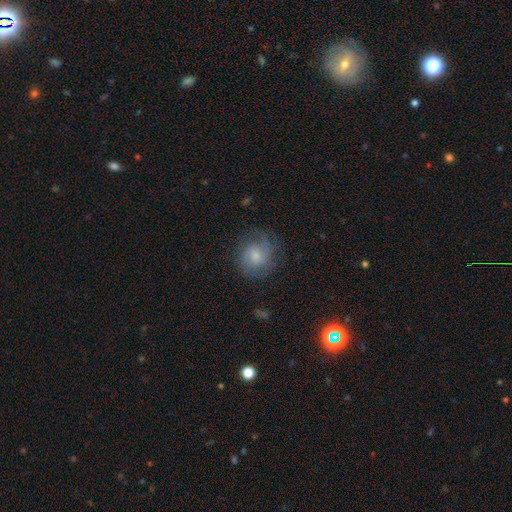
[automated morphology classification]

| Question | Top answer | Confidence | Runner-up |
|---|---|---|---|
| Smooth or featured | smooth | 52% | featured or disk (40%) |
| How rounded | round | 77% | in between (22%) |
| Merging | none | 67% | minor disturbance (20%) |